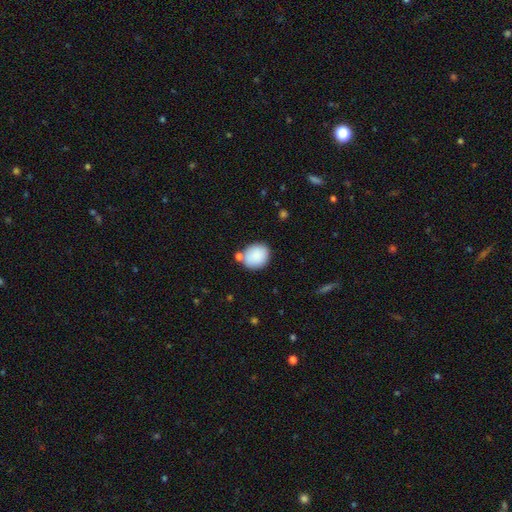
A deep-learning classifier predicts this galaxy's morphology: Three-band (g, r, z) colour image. It shows a smooth galaxy with no disk features (88%) that is round (64%). Merging: none (70%).